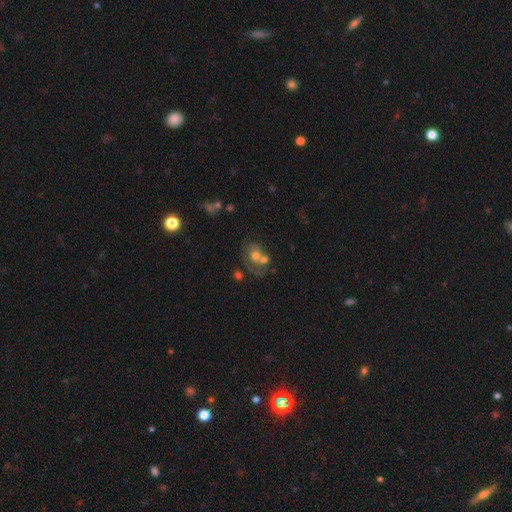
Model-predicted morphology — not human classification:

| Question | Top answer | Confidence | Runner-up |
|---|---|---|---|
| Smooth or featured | featured or disk | 55% | smooth (35%) |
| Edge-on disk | no | 97% | yes (3%) |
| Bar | no | 83% | weak (14%) |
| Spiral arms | yes | 60% | no (40%) |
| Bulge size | moderate | 59% | large (22%) |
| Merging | merger | 44% | none (28%) |